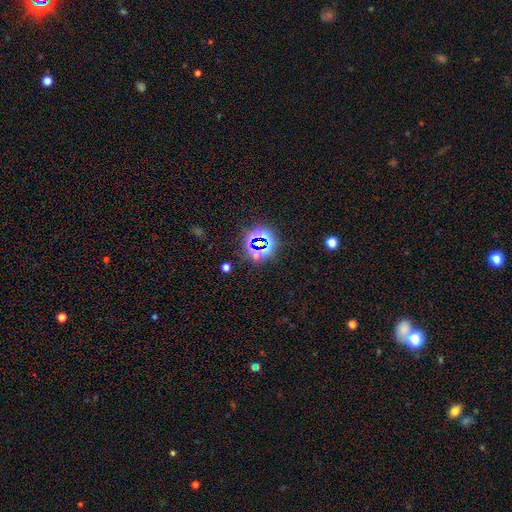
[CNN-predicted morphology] Smooth or featured? star or artifact (75%)